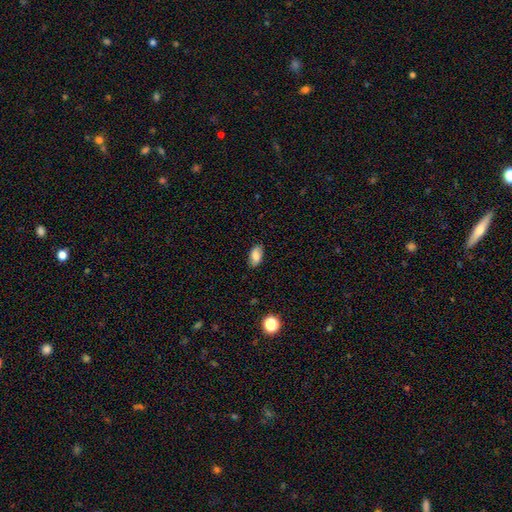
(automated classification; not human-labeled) This is likely a smooth galaxy (77%). How rounded: clearly in between (92%). Merging: clearly none (83%).